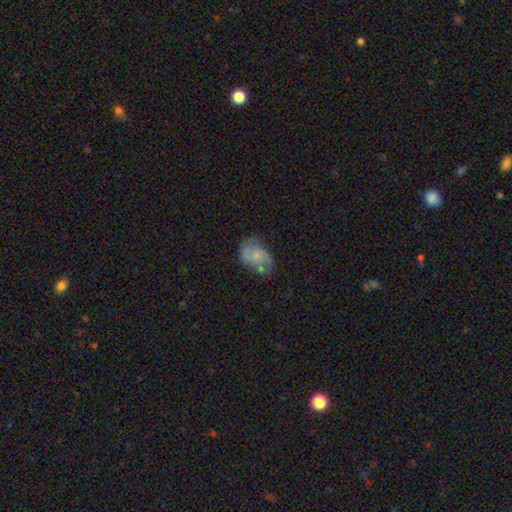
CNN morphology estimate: smooth 48%, featured or disk 44%, star or artifact 9%. Down the decision tree: merging — none (51%).